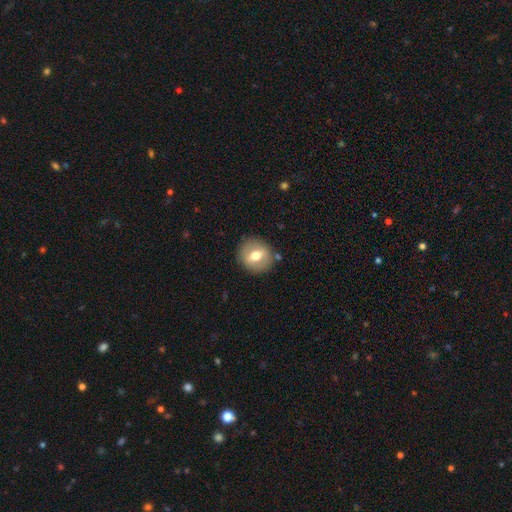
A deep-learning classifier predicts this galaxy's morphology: A smooth galaxy with no disk features (57%) that is round (83%). Merging: none (85%).